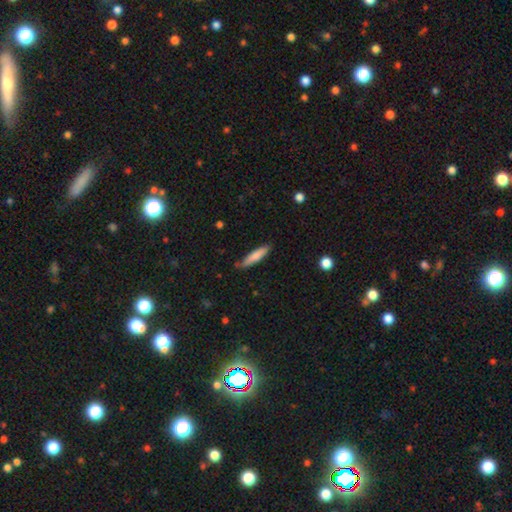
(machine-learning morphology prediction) Q: Smooth or featured?
A: smooth (76%); runner-up: featured or disk (18%)
Q: How rounded?
A: cigar-shaped (85%); runner-up: in between (14%)
Q: Merging?
A: none (79%); runner-up: minor disturbance (17%)